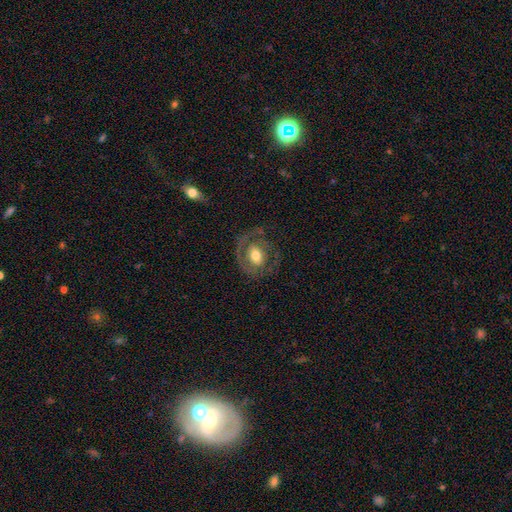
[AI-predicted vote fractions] smooth_or_featured: featured or disk (p=0.60) [alt: smooth p=0.34]
disk_edge_on: no (p=0.96) [alt: yes p=0.04]
bar: no (p=0.60) [alt: weak p=0.29]
has_spiral_arms: yes (p=0.56) [alt: no p=0.44]
bulge_size: moderate (p=0.65) [alt: large p=0.21]
merging: none (p=0.65) [alt: minor disturbance p=0.18]